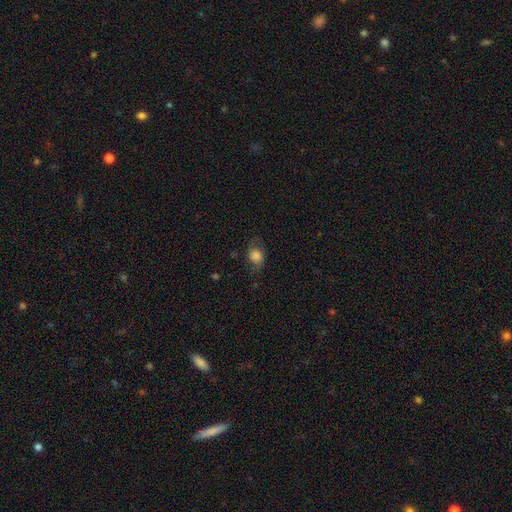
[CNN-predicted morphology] A smooth galaxy with no disk features (68%) that is in between round and cigar-shaped (50%).

Vote fractions:
- Smooth or featured? smooth: 68% / featured or disk: 22% / star or artifact: 11%
- How rounded? in between: 50% / round: 48% / cigar-shaped: 2%
- Merging? none: 64% / minor disturbance: 22% / major disturbance: 12% / merger: 1%